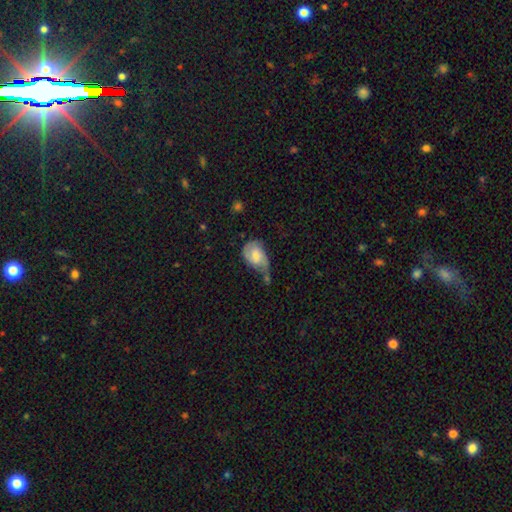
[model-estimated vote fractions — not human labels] This appears to be a smooth galaxy with no disk features (49%). Merging: minor disturbance (35%).